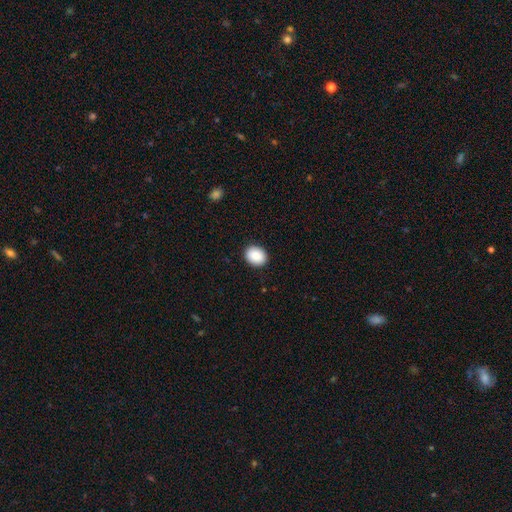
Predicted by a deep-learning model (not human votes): Smooth or featured: smooth — 89% (star or artifact — 7%)
How rounded: round — 50% (in between — 49%)
Merging: none — 91% (minor disturbance — 6%)